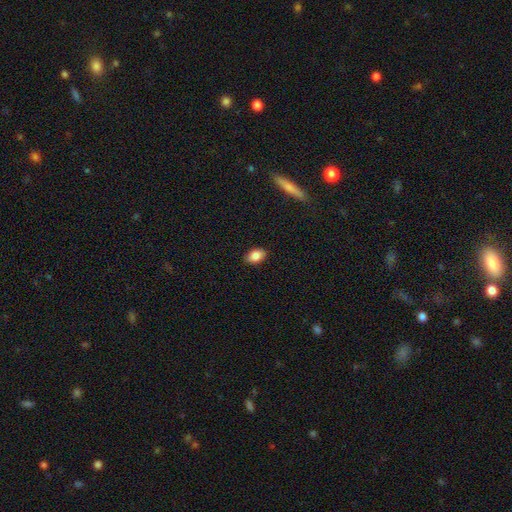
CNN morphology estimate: The model was most divided on "how rounded": in between: 84%, round: 14%, cigar-shaped: 2%. More confident: merging — none (88%); smooth or featured — smooth (86%).